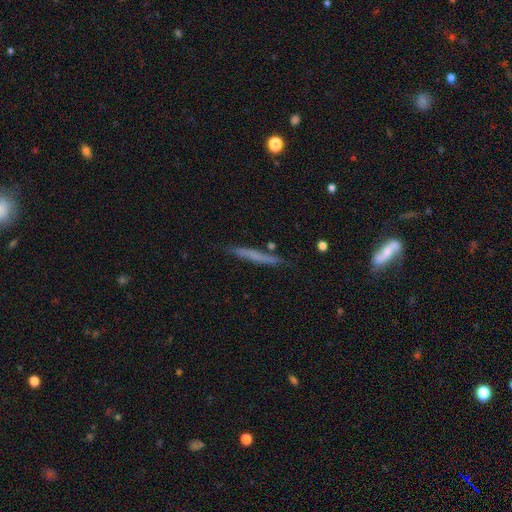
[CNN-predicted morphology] type=smooth (55%); roundness=cigar-shaped (95%); merging=none (81%).